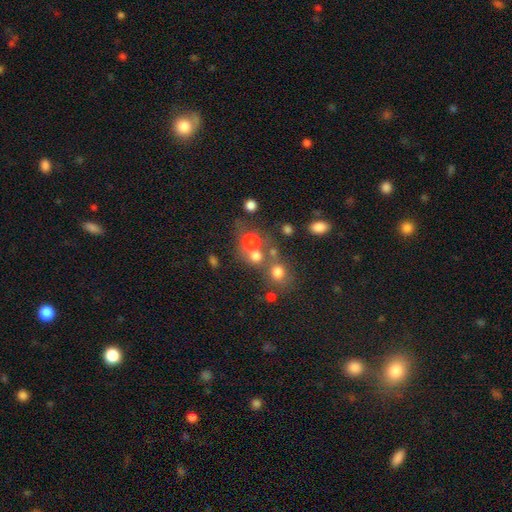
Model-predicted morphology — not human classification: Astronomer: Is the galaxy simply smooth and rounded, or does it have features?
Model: smooth — 69%.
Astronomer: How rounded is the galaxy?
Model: round — 83%.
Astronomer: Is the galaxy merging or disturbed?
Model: none — 48% (runner-up: merger, 38%).